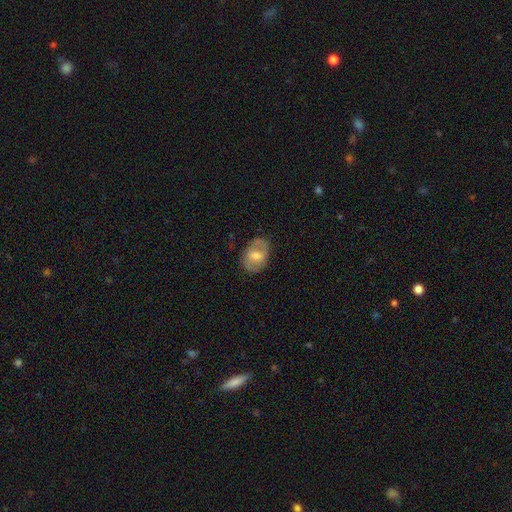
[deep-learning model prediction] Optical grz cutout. It shows a featured or disk galaxy (48%). Merging: none (76%).